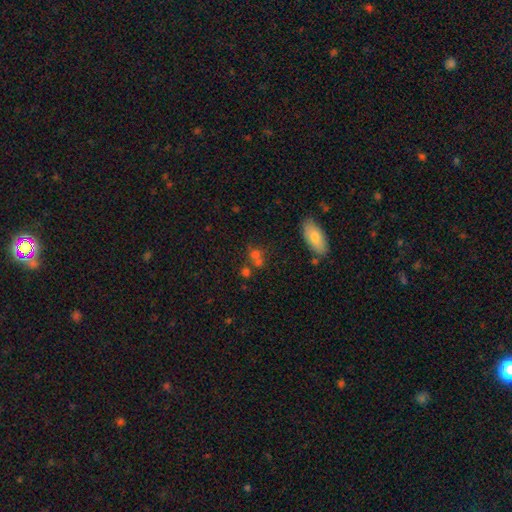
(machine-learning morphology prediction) Q: Smooth or featured?
A: smooth (62%); runner-up: star or artifact (22%)
Q: How rounded?
A: round (56%); runner-up: in between (39%)
Q: Merging?
A: none (51%); runner-up: merger (34%)